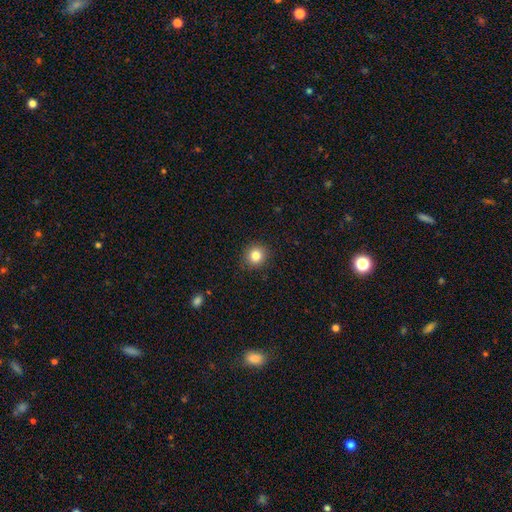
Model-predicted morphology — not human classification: A smooth galaxy with no disk features (83%) that is round (87%).

Vote fractions:
- Smooth or featured? smooth: 83% / star or artifact: 11% / featured or disk: 6%
- How rounded? round: 87% / in between: 12% / cigar-shaped: 1%
- Merging? none: 89% / minor disturbance: 8% / major disturbance: 2% / merger: 1%